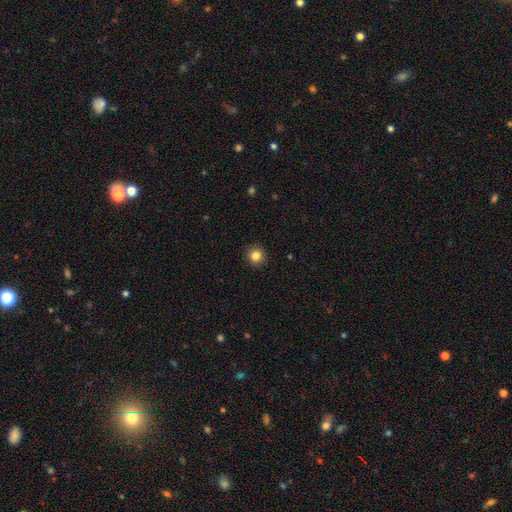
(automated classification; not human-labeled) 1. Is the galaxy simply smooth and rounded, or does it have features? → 84% smooth, 11% star or artifact, 5% featured or disk.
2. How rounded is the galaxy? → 93% round, 6% in between, 1% cigar-shaped.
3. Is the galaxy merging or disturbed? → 92% none, 6% minor disturbance, 2% major disturbance, 1% merger.